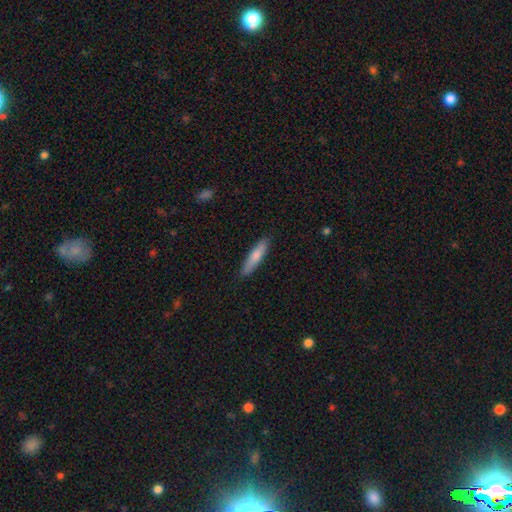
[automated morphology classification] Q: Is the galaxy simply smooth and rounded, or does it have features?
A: smooth — 74%.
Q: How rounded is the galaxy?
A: cigar-shaped — 83%.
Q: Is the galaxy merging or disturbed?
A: none — 88%.